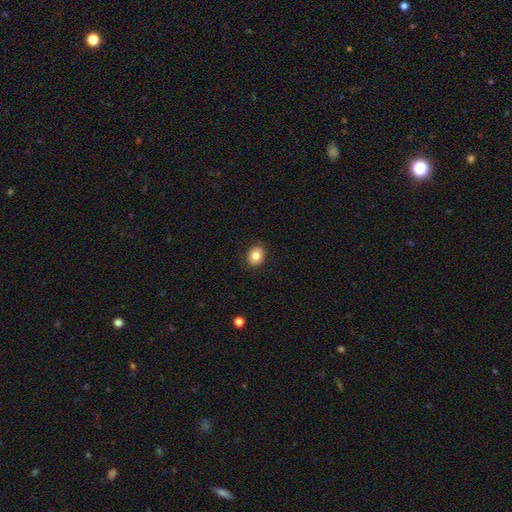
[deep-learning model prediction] This is clearly a smooth galaxy (82%). How rounded: possibly round (60%). Merging: clearly none (90%).